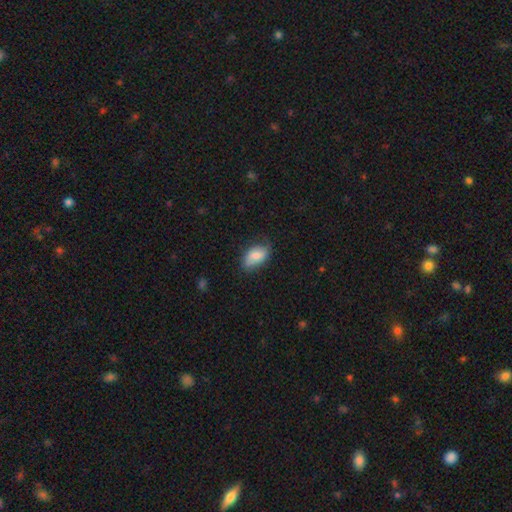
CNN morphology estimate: Smooth or featured? Predicted: smooth (p=0.72). How rounded? Predicted: in between (p=0.92). Merging? Predicted: none (p=0.66).